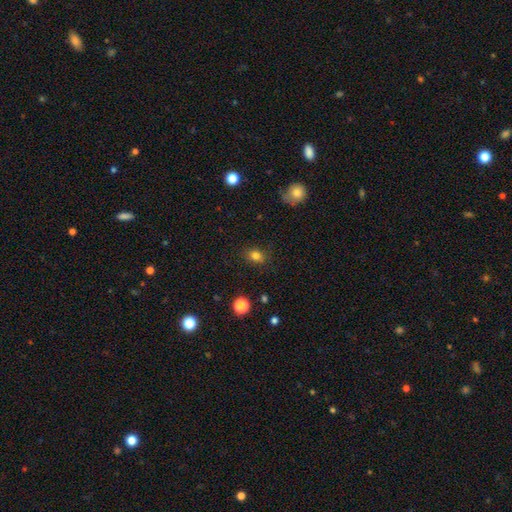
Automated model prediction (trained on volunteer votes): Smooth or featured? smooth (81%)
How rounded? in between (53%)
Merging? none (84%)